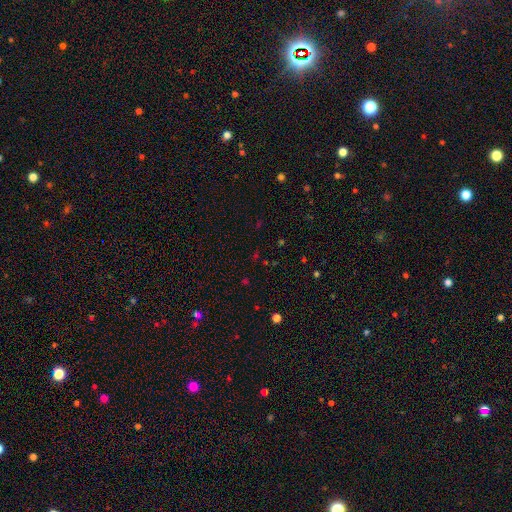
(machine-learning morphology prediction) Overall: star or artifact (61%; smooth 31%).